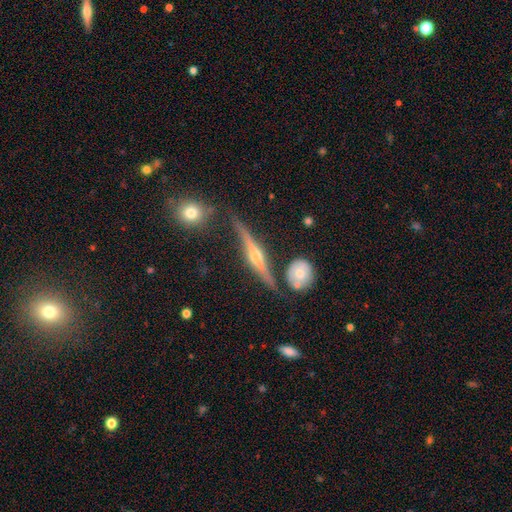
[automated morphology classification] Smooth or featured? featured or disk (83%)
Edge-on disk? yes (96%)
Edge-on bulge? rounded (91%)
Merging? none (80%)